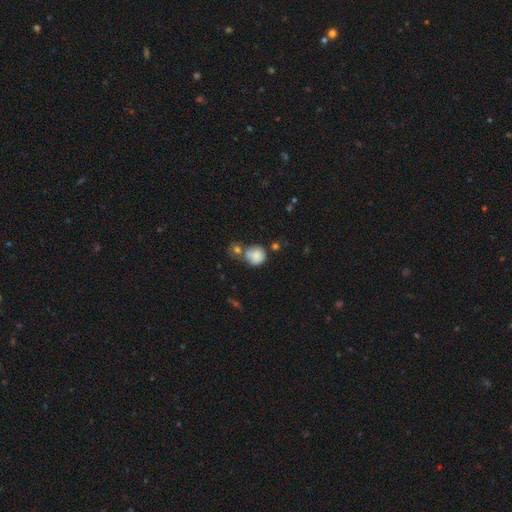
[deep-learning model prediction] A smooth galaxy with no disk features (81%) that is round (81%). Merging: none (41%).